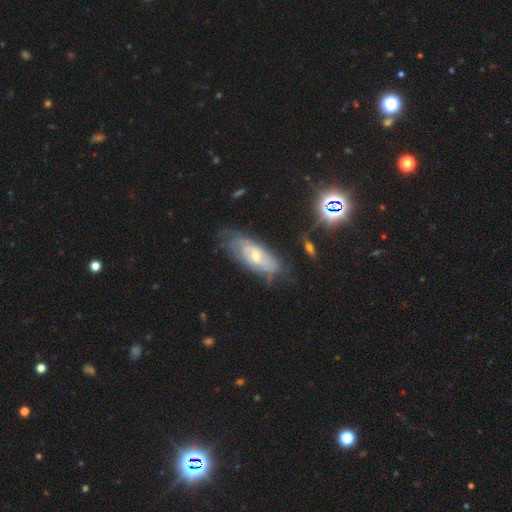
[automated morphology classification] This appears to be a featured or disk galaxy (71%) with no bar (61%), spiral arms (80%) and a moderate central bulge (52%). Merging: none (62%).